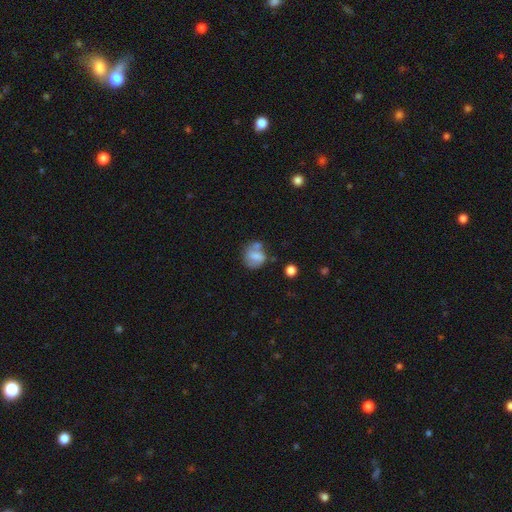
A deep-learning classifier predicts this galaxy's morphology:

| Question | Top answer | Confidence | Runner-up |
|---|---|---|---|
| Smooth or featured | smooth | 61% | featured or disk (30%) |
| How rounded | round | 64% | in between (34%) |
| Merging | none | 42% | merger (25%) |